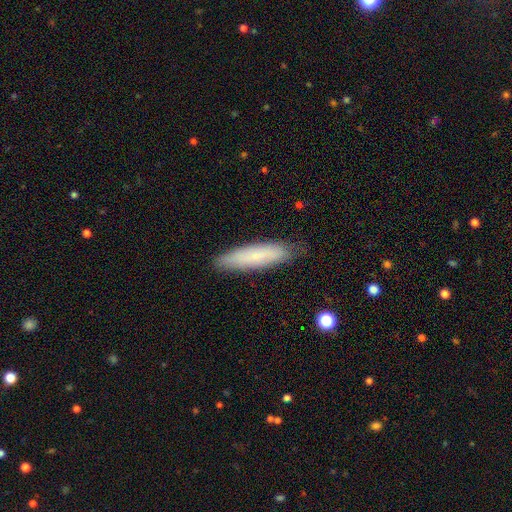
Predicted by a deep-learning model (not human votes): Smooth or featured? Predicted: smooth (p=0.74). How rounded? Predicted: cigar-shaped (p=0.76). Merging? Predicted: none (p=0.82).